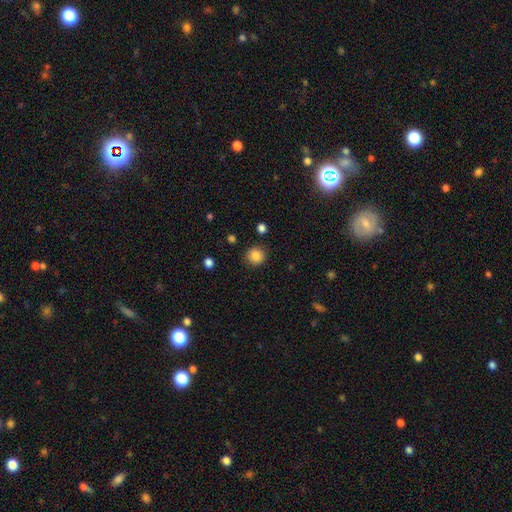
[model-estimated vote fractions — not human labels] smooth 86%, star or artifact 10%, featured or disk 4%. Down the decision tree: how rounded — round (91%); merging — none (88%).